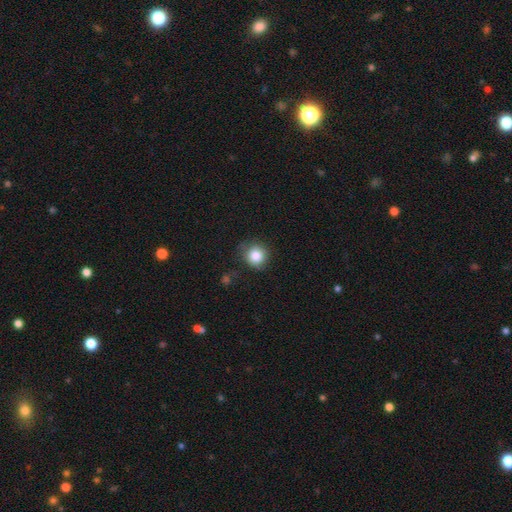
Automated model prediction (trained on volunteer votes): This appears to be a smooth galaxy with no disk features (84%) that is round (89%). Merging: none (77%).